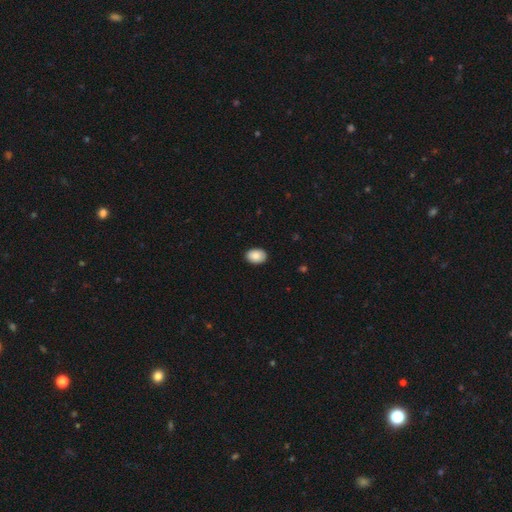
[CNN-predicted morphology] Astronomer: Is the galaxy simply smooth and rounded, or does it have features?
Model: smooth — 88%.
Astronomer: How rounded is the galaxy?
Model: in between — 79%.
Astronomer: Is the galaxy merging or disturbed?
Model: none — 89%.